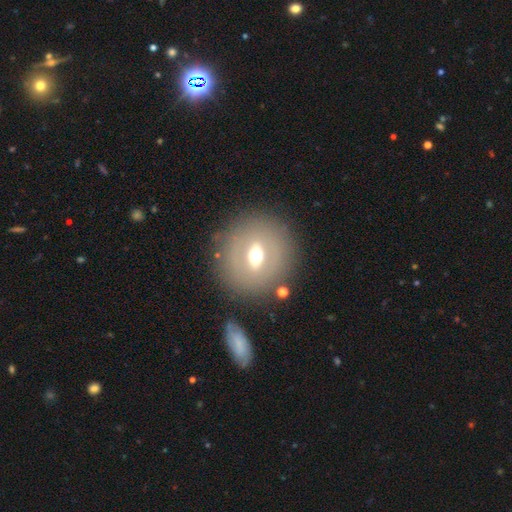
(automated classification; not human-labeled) The model was most divided on "smooth or featured": featured or disk: 51%, smooth: 39%, star or artifact: 11%. More confident: merging — none (82%); edge-on disk — no (73%).